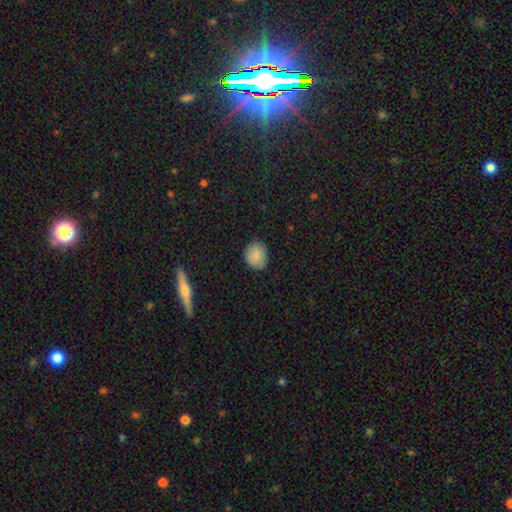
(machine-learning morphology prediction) Q: Smooth or featured?
A: smooth (86%); runner-up: star or artifact (9%)
Q: How rounded?
A: round (67%); runner-up: in between (32%)
Q: Merging?
A: none (83%); runner-up: minor disturbance (14%)